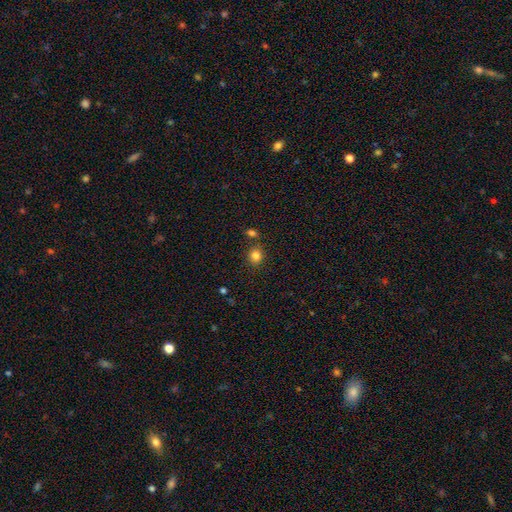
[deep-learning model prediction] This is clearly a smooth galaxy (83%). How rounded: likely round (72%). Merging: likely none (78%).